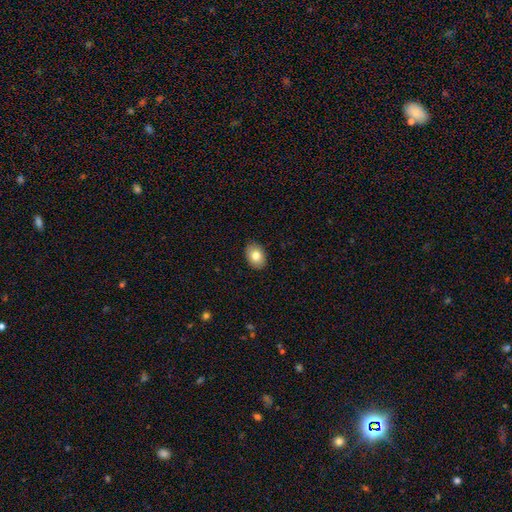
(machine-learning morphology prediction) Q: Smooth or featured?
A: smooth (81%); runner-up: featured or disk (11%)
Q: How rounded?
A: in between (76%); runner-up: round (23%)
Q: Merging?
A: none (88%); runner-up: minor disturbance (9%)